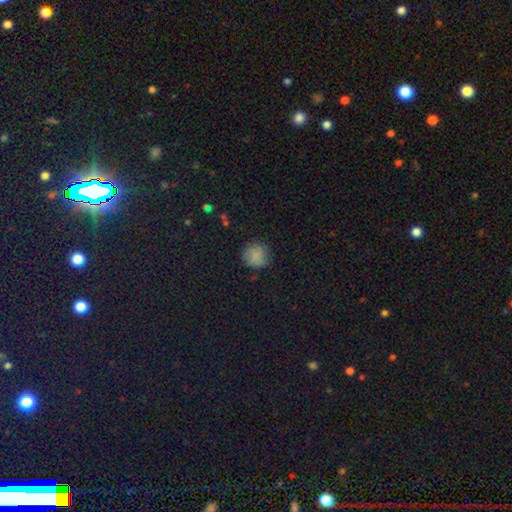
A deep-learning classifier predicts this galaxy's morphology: A smooth galaxy with no disk features (80%) that is round (90%).

Vote fractions:
- Smooth or featured? smooth: 80% / star or artifact: 11% / featured or disk: 10%
- How rounded? round: 90% / in between: 9% / cigar-shaped: 1%
- Merging? none: 79% / minor disturbance: 15% / major disturbance: 4% / merger: 1%